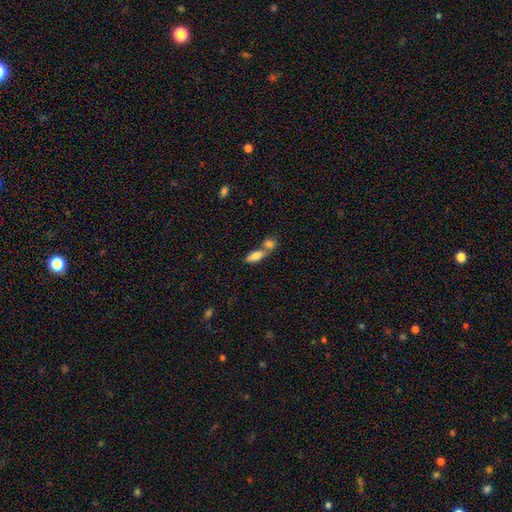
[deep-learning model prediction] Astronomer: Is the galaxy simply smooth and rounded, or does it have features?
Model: smooth — 80%.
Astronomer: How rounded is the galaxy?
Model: in between — 80%.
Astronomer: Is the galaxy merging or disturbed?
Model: merger — 53% (runner-up: none, 35%).